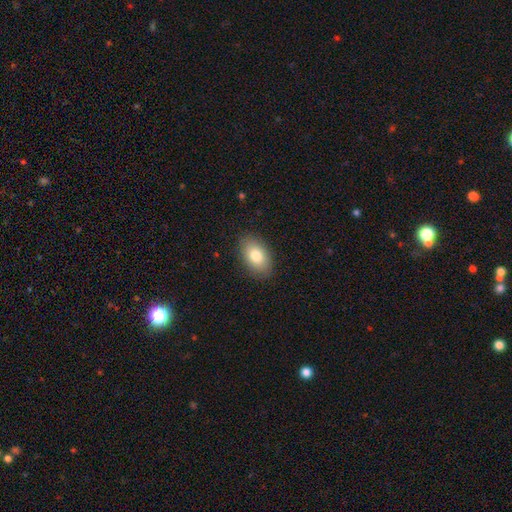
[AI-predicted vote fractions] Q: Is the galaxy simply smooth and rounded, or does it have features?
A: smooth — 81%.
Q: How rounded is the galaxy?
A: in between — 91%.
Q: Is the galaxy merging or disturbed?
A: none — 87%.